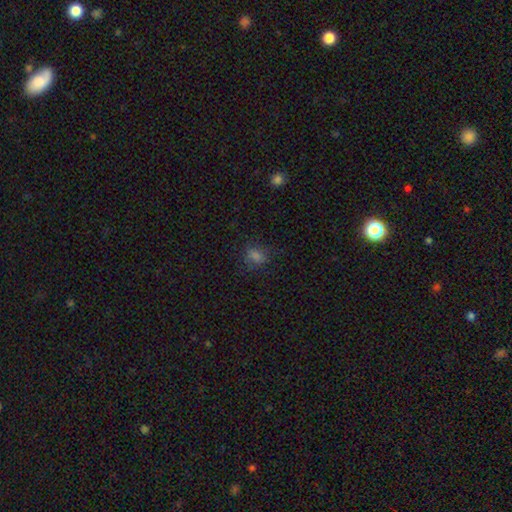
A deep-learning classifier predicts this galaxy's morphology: Overall: smooth (68%). How rounded: in between (52%; round 45%). Merging: none (73%).